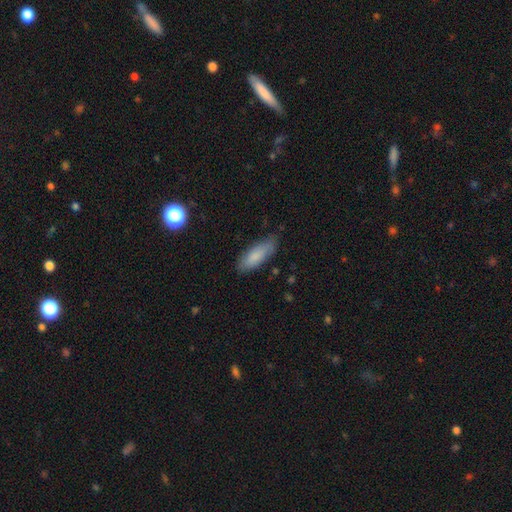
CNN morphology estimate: The model was most divided on "how rounded": in between: 64%, cigar-shaped: 34%, round: 2%. More confident: smooth or featured — smooth (81%); merging — none (74%).